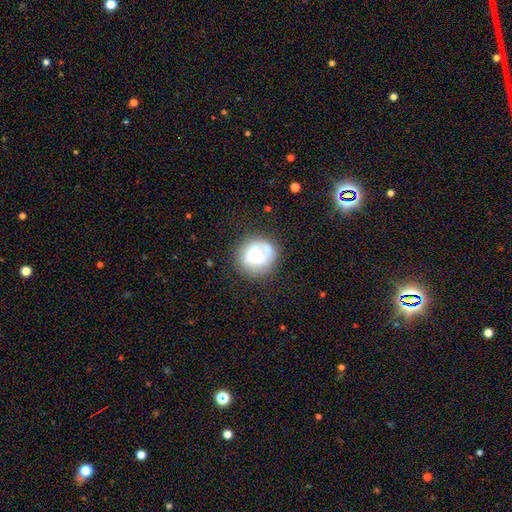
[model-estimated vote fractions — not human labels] Morphology: type=smooth (48%); merging=none (61%).